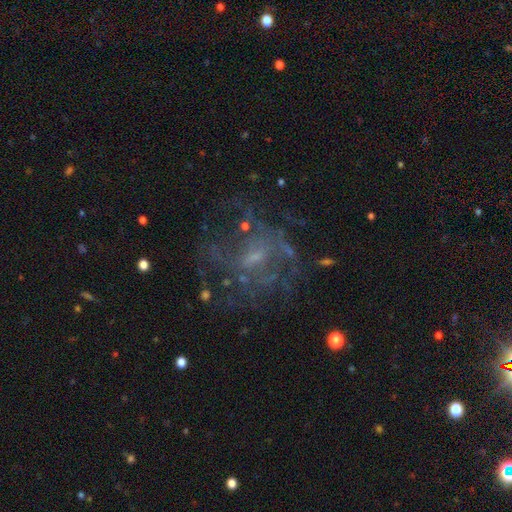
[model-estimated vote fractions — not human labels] This is likely a featured or disk galaxy (70%). It is clearly not viewed edge-on (97%). Bar: possibly no (51%). Spiral arm pattern: possibly yes (57%). Central bulge: possibly small (57%). Merging: possibly none (57%).